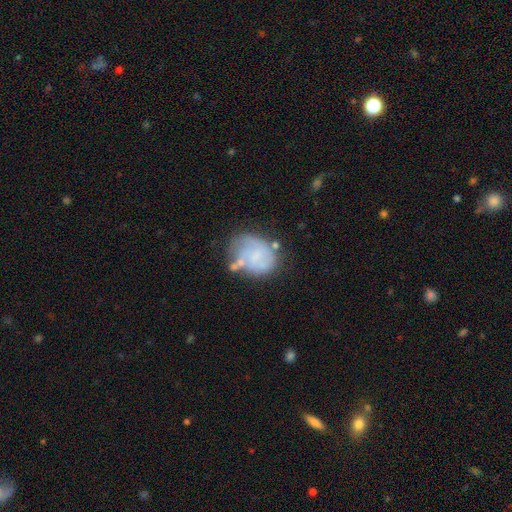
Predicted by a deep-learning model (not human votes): featured or disk 50%, smooth 40%, star or artifact 10%. Down the decision tree: merging — none (47%).